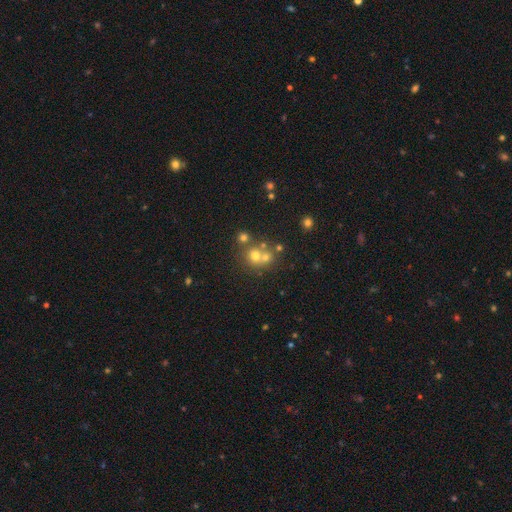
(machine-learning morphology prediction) A smooth galaxy with no disk features (65%) that is round (84%).

Vote fractions:
- Smooth or featured? smooth: 65% / star or artifact: 19% / featured or disk: 17%
- How rounded? round: 84% / in between: 15% / cigar-shaped: 1%
- Merging? none: 47% / merger: 42% / minor disturbance: 7% / major disturbance: 4%